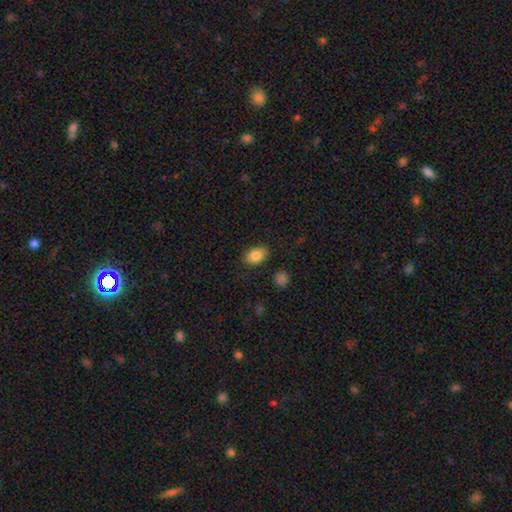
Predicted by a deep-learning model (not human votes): The model was most divided on "how rounded": in between: 82%, round: 17%, cigar-shaped: 1%. More confident: smooth or featured — smooth (86%); merging — none (85%).